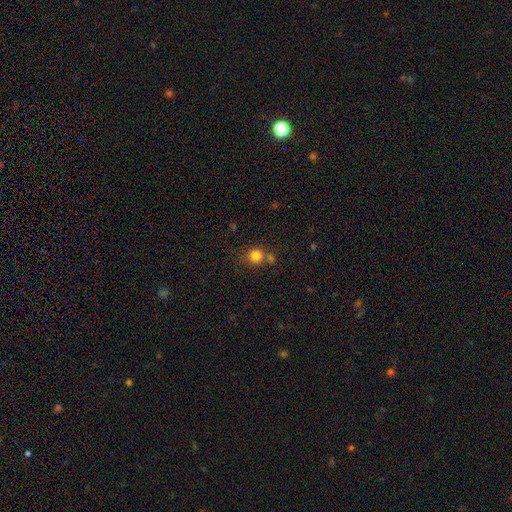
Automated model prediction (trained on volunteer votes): Smooth or featured? smooth (81%)
How rounded? round (83%)
Merging? none (55%)